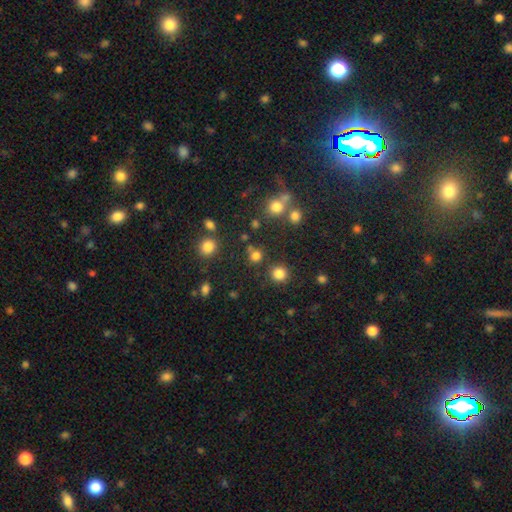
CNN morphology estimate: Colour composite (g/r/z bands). It shows a smooth galaxy with no disk features (76%) that is round (89%). Merging: none (77%).